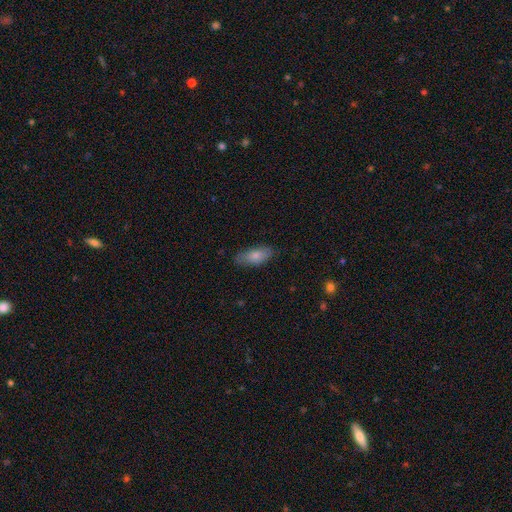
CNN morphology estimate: smooth_or_featured: smooth (p=0.80) [alt: featured or disk p=0.13]
how_rounded: in between (p=0.82) [alt: cigar-shaped p=0.16]
merging: none (p=0.80) [alt: minor disturbance p=0.16]